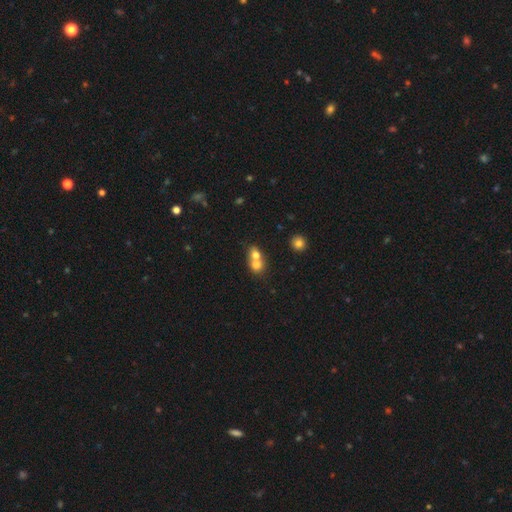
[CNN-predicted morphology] Overall: smooth (73%). How rounded: round (64%; in between 35%). Merging: merger (69%).